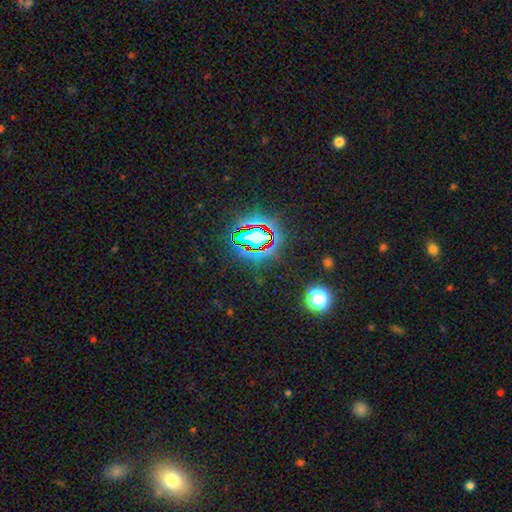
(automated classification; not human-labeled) Overall: star or artifact (77%).